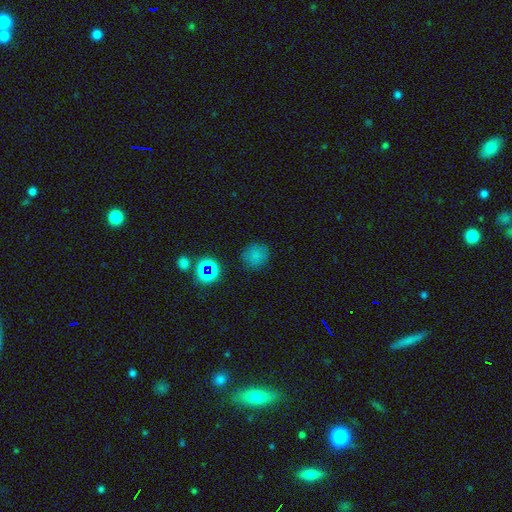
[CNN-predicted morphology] Smooth or featured? smooth (72%)
How rounded? round (90%)
Merging? none (84%)